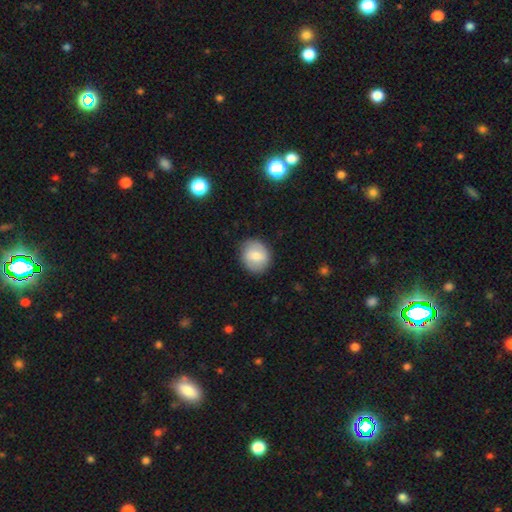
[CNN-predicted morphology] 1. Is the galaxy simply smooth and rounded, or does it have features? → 68% smooth, 25% featured or disk, 7% star or artifact.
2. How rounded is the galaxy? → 70% round, 29% in between, 1% cigar-shaped.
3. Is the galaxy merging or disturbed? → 85% none, 11% minor disturbance, 3% major disturbance, 1% merger.